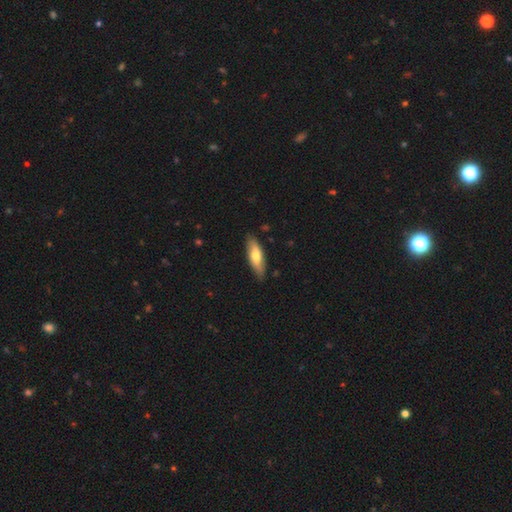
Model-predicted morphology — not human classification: Overall: smooth (64%; featured or disk 31%). How rounded: in between (53%; cigar-shaped 45%). Merging: none (84%).